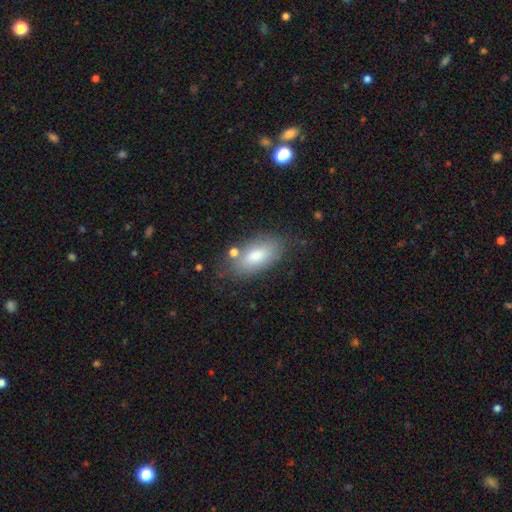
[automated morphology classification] A smooth galaxy with no disk features (79%) that is in between round and cigar-shaped (90%).

Vote fractions:
- Smooth or featured? smooth: 79% / featured or disk: 14% / star or artifact: 7%
- How rounded? in between: 90% / cigar-shaped: 7% / round: 3%
- Merging? none: 75% / minor disturbance: 16% / merger: 5% / major disturbance: 4%